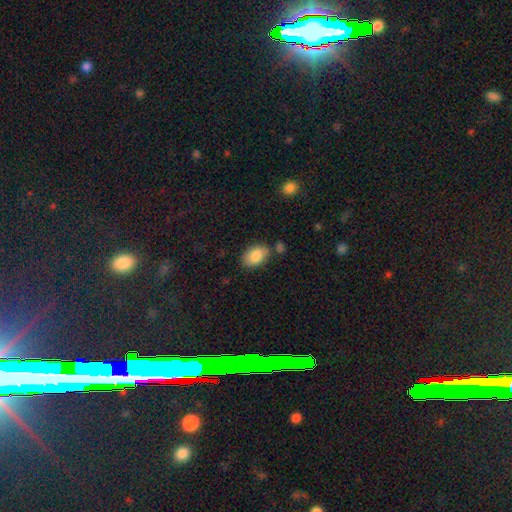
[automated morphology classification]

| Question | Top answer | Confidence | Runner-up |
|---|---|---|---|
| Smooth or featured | smooth | 85% | featured or disk (8%) |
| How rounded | in between | 89% | round (9%) |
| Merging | none | 74% | minor disturbance (15%) |